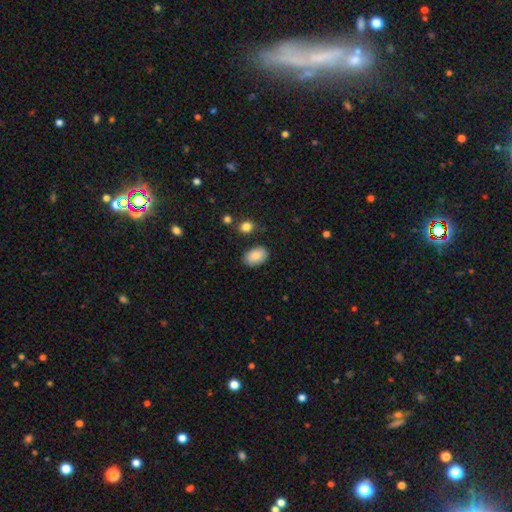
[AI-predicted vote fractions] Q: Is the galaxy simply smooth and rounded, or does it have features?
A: smooth — 85%.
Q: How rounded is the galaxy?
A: in between — 88%.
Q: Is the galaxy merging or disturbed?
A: none — 80%.